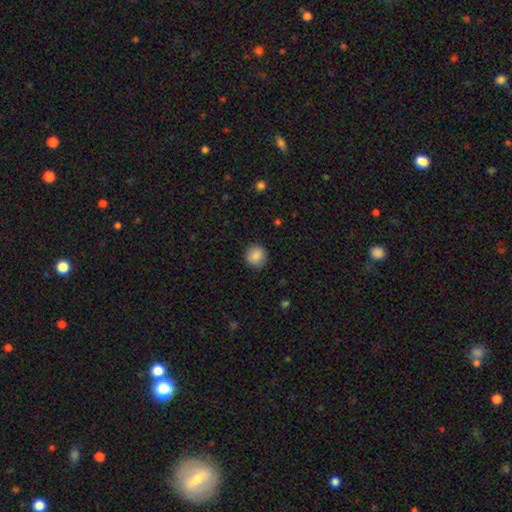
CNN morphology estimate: smooth 87%, star or artifact 8%, featured or disk 6%. Down the decision tree: how rounded — round (87%); merging — none (88%).